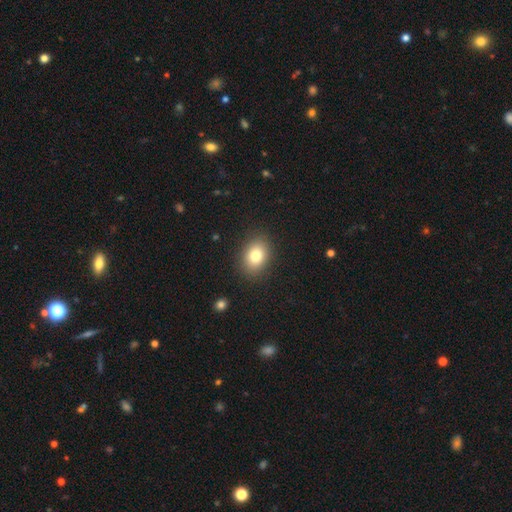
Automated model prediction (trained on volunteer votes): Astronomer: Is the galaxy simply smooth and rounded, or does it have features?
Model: smooth — 81%.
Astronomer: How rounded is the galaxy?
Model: in between — 72%.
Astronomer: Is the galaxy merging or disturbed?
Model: none — 88%.